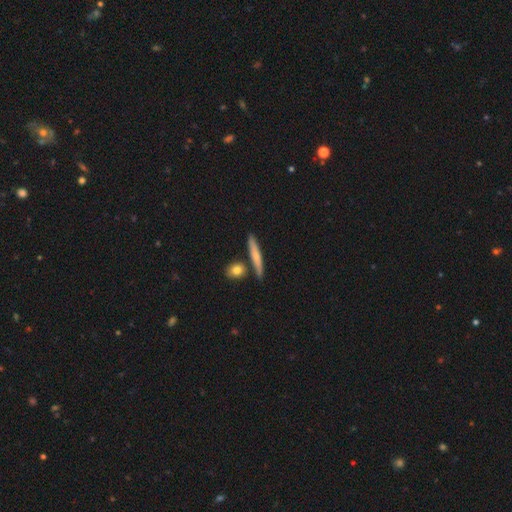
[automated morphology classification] type=smooth (62%); roundness=cigar-shaped (88%); merging=none (77%).